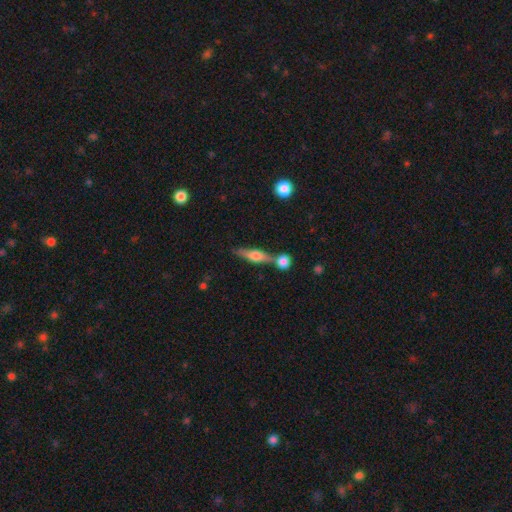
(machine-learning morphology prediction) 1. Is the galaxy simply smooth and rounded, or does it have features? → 60% featured or disk, 32% smooth, 7% star or artifact.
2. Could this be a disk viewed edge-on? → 94% yes, 6% no.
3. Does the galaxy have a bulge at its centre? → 89% rounded, 8% boxy, 3% none.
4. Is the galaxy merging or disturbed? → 64% none, 23% merger, 10% minor disturbance, 3% major disturbance.